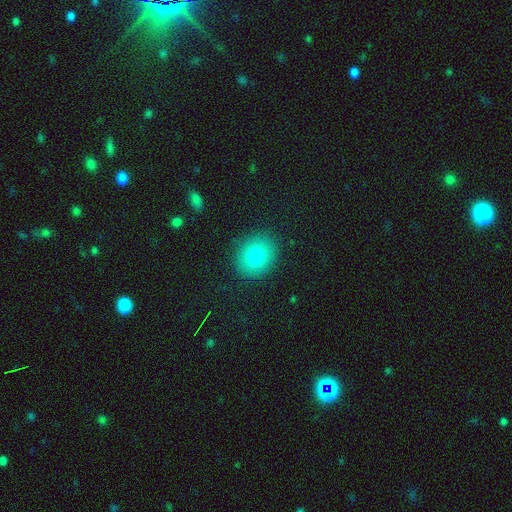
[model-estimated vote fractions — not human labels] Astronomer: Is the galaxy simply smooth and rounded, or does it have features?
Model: smooth — 77%.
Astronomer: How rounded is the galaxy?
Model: round — 68%.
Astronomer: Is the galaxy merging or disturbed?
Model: none — 88%.